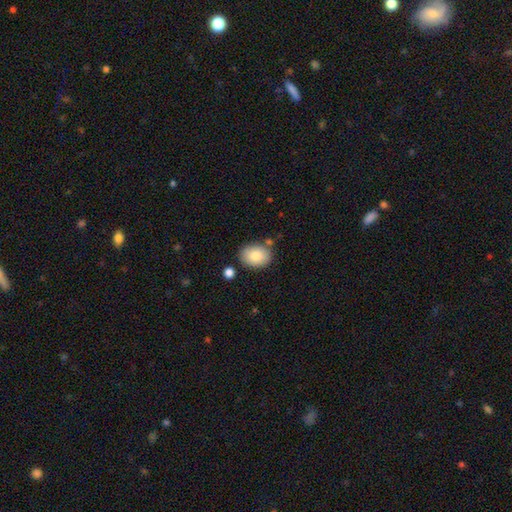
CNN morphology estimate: smooth 83%, featured or disk 10%, star or artifact 7%. Down the decision tree: how rounded — in between (71%); merging — none (78%).